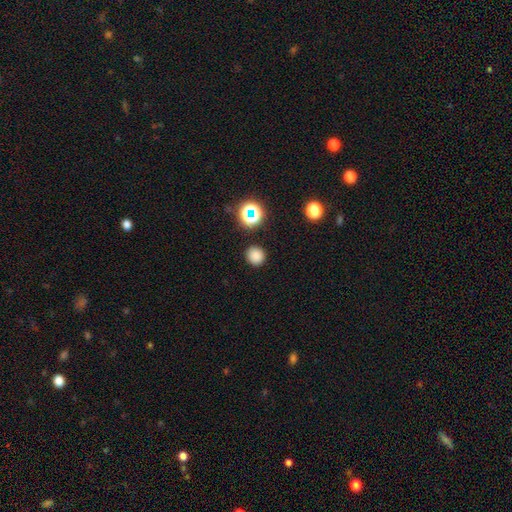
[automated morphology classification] type=smooth (79%); roundness=round (89%); merging=none (90%).